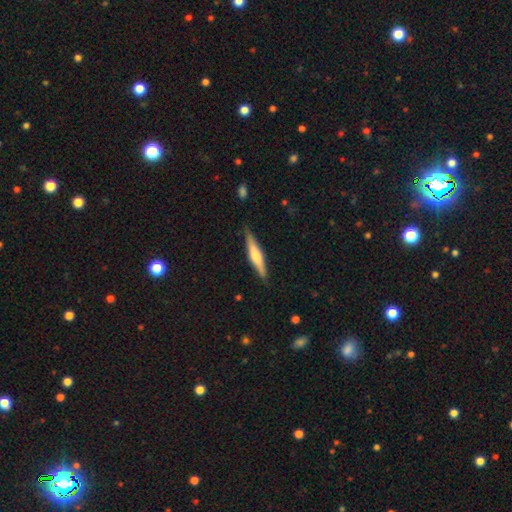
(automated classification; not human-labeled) Q: Smooth or featured?
A: featured or disk (49%); runner-up: smooth (45%)
Q: Merging?
A: none (86%); runner-up: minor disturbance (11%)